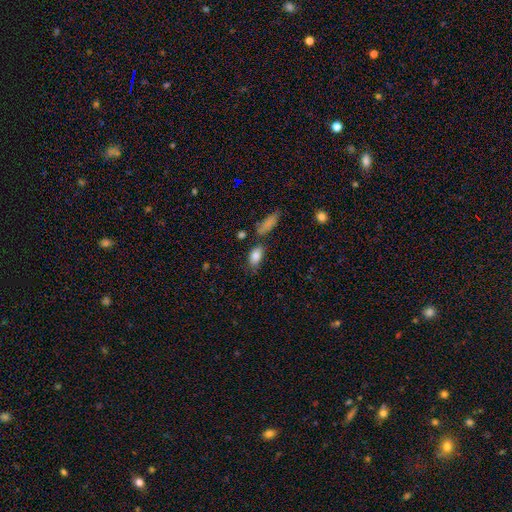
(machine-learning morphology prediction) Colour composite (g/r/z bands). It shows a smooth galaxy with no disk features (84%) that is in between round and cigar-shaped (89%). Merging: none (63%).